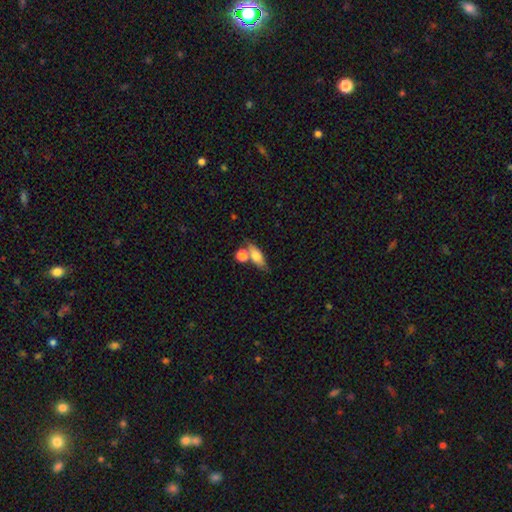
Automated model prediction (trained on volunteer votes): A smooth galaxy with no disk features (70%) that is in between round and cigar-shaped (68%). Merging: none (57%).